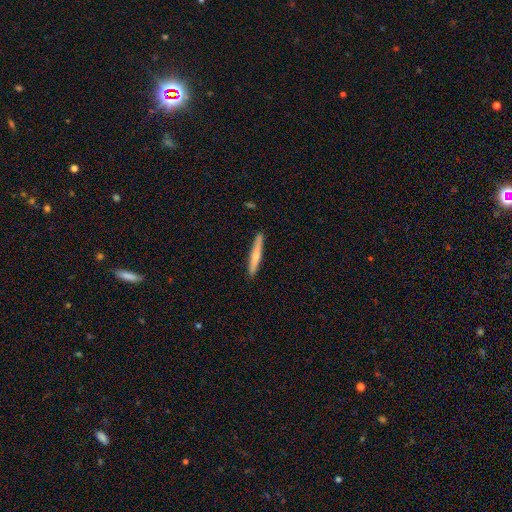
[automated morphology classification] Q: Smooth or featured?
A: smooth (61%); runner-up: featured or disk (33%)
Q: How rounded?
A: cigar-shaped (95%); runner-up: in between (4%)
Q: Merging?
A: none (90%); runner-up: minor disturbance (7%)